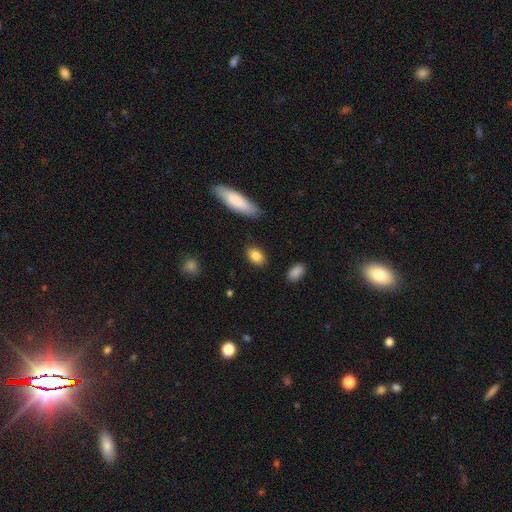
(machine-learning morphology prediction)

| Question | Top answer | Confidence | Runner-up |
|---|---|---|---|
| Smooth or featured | smooth | 85% | star or artifact (7%) |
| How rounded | in between | 84% | round (13%) |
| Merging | none | 86% | minor disturbance (10%) |